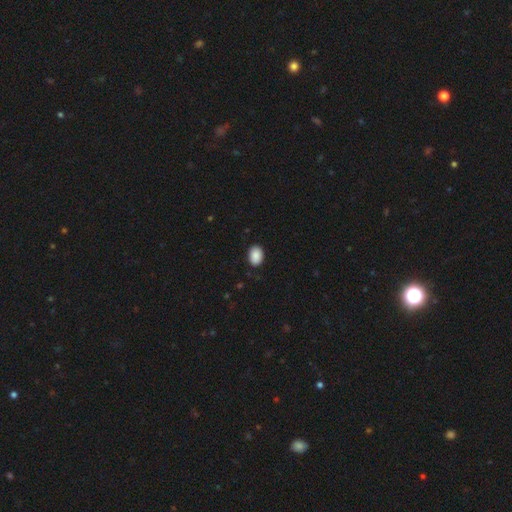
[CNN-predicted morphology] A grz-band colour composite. It shows a smooth galaxy with no disk features (89%) that is in between round and cigar-shaped (79%). Merging: none (86%).